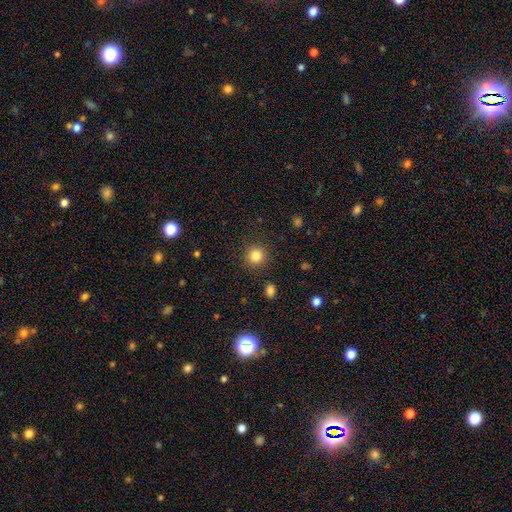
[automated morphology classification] A smooth galaxy with no disk features (83%) that is round (92%). Merging: none (90%).